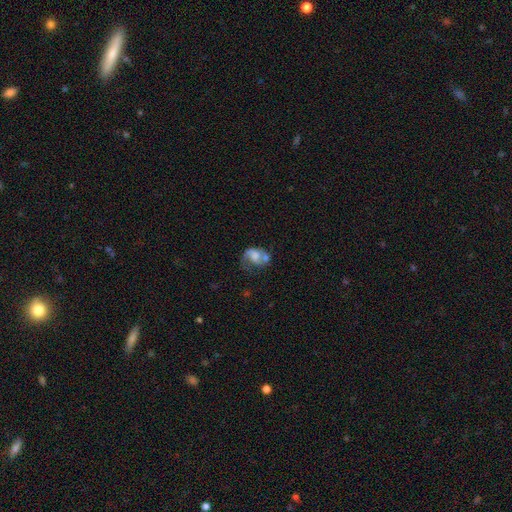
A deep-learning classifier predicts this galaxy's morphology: featured or disk 61%, smooth 31%, star or artifact 9%. Down the decision tree: edge-on disk — no (98%); bar — no (66%); spiral arms — yes (79%); bulge size — moderate (33%); merging — none (29%).